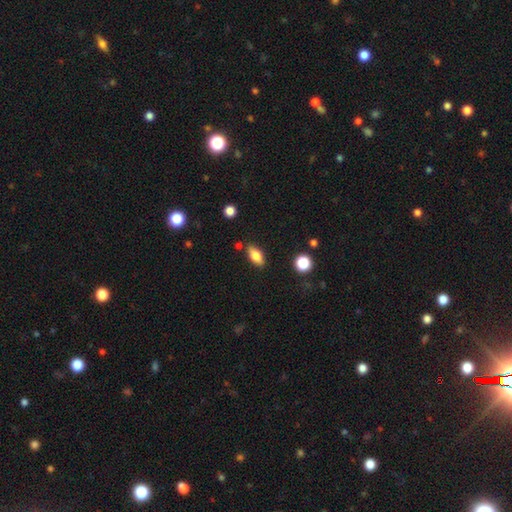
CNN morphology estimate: Smooth or featured: smooth — 77% (featured or disk — 15%)
How rounded: in between — 86% (cigar-shaped — 10%)
Merging: none — 81% (minor disturbance — 12%)